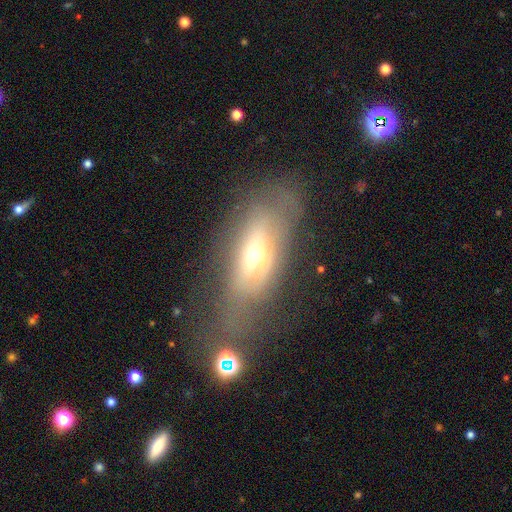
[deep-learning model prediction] This is possibly a featured or disk galaxy (48%). Merging: marginally none (43%).